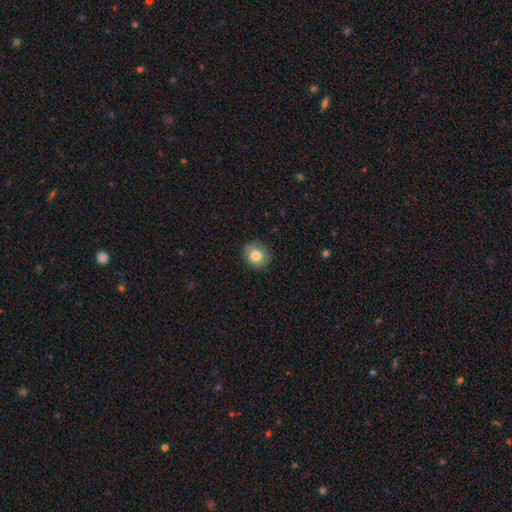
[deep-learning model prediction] A smooth galaxy with no disk features (78%) that is round (85%).

Vote fractions:
- Smooth or featured? smooth: 78% / featured or disk: 13% / star or artifact: 9%
- How rounded? round: 85% / in between: 14% / cigar-shaped: 1%
- Merging? none: 85% / minor disturbance: 11% / major disturbance: 3% / merger: 1%